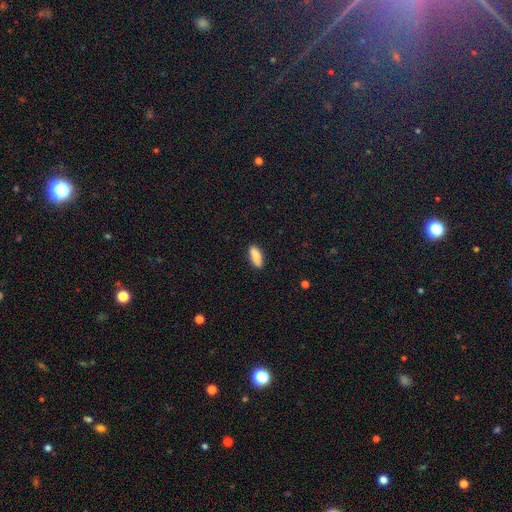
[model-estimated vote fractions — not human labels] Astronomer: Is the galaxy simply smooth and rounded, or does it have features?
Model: smooth — 86%.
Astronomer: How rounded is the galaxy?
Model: in between — 63%.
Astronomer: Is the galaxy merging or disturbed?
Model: none — 86%.